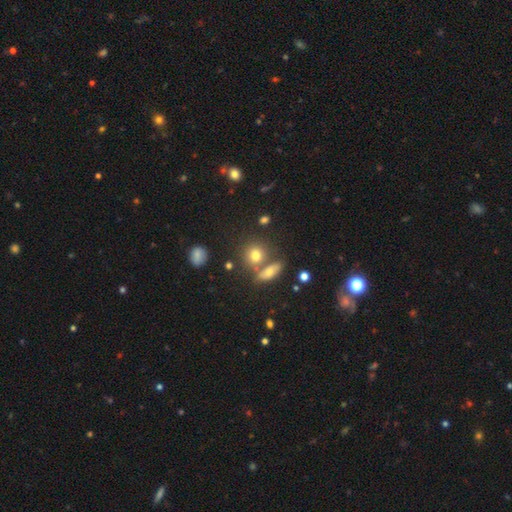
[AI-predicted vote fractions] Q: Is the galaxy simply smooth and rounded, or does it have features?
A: smooth — 72%.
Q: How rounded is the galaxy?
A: round — 71%.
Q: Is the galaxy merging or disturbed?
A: none — 58%.